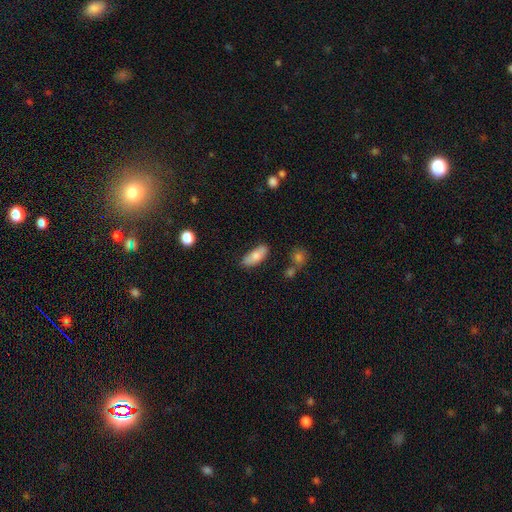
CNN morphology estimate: Smooth or featured?
  - smooth: 77% *
  - featured or disk: 16%
  - star or artifact: 7%
How rounded?
  - in between: 81% *
  - cigar-shaped: 17%
  - round: 2%
Merging?
  - none: 76% *
  - minor disturbance: 17%
  - merger: 4%
  - major disturbance: 3%